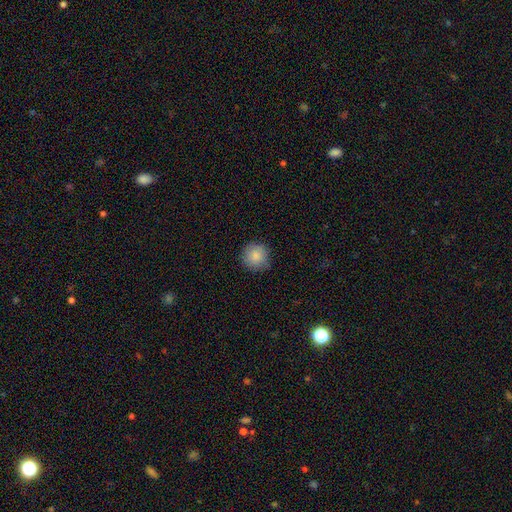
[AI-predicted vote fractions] smooth-or-featured: smooth: 86% | star or artifact: 8% | featured or disk: 6%
  how-rounded: round: 94% | in between: 5% | cigar-shaped: 1%
  merging: none: 84% | minor disturbance: 13% | major disturbance: 2% | merger: 1%